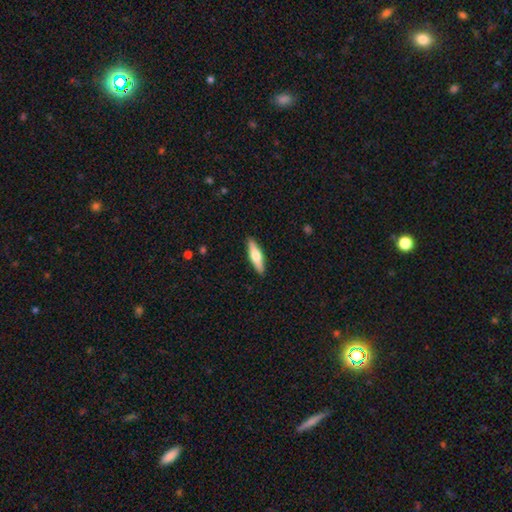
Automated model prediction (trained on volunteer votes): A smooth galaxy with no disk features (51%) that is cigar-shaped (67%). Merging: none (90%).